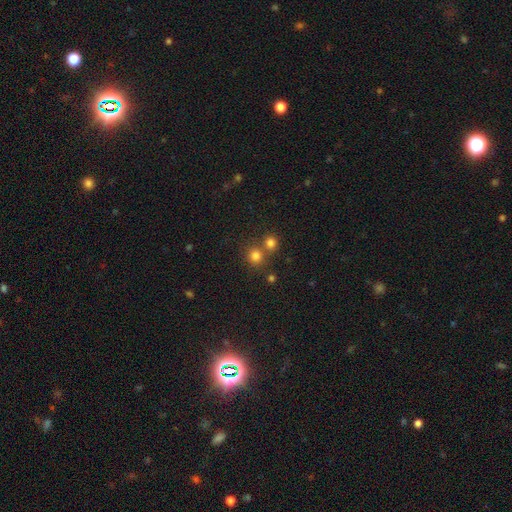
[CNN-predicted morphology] Smooth or featured? Predicted: smooth (p=0.78). How rounded? Predicted: round (p=0.88). Merging? Predicted: none (p=0.61).